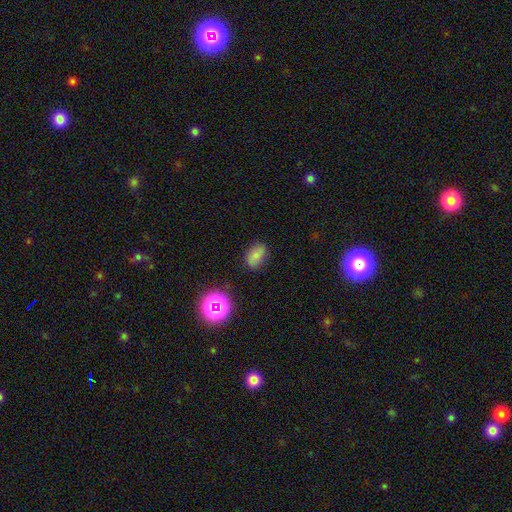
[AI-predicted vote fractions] This appears to be a smooth galaxy with no disk features (73%) that is in between round and cigar-shaped (84%). Merging: none (81%).